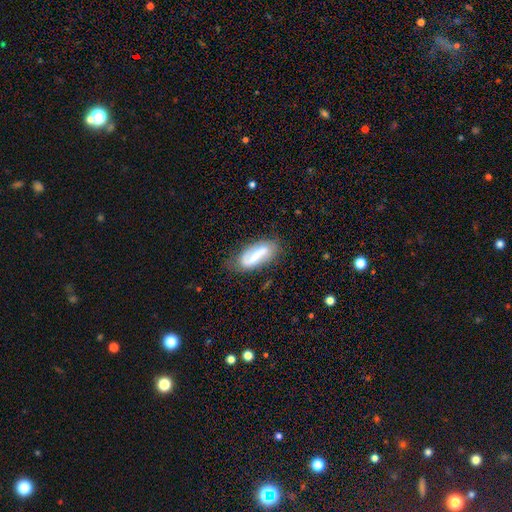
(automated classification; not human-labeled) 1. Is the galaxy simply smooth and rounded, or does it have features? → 50% featured or disk, 42% smooth, 8% star or artifact.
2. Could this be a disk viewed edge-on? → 88% no, 12% yes.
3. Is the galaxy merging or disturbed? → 64% none, 24% minor disturbance, 9% major disturbance, 3% merger.